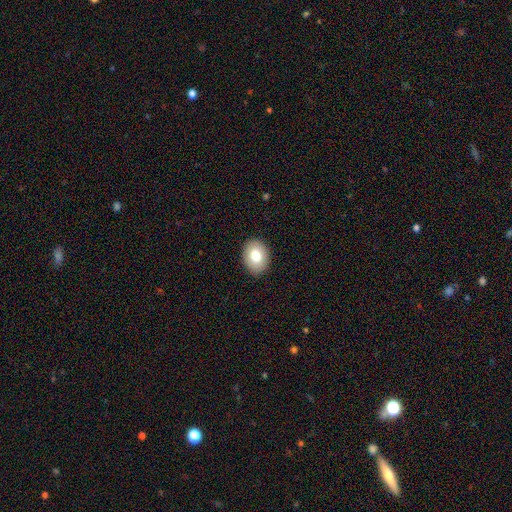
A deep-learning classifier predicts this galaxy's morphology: The model was most divided on "how rounded": in between: 66%, round: 33%, cigar-shaped: 1%. More confident: merging — none (90%); smooth or featured — smooth (77%).